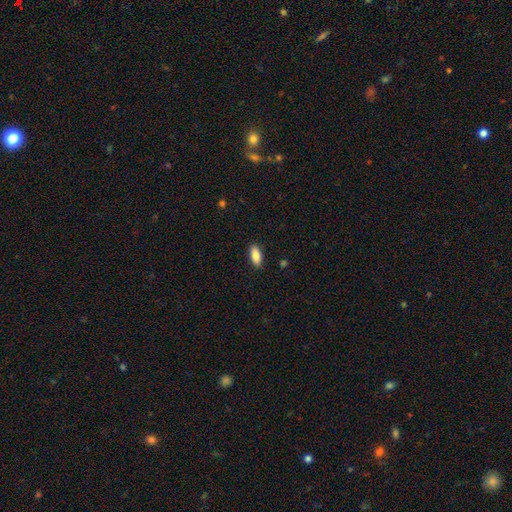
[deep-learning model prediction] Smooth or featured: smooth — 86% (featured or disk — 8%)
How rounded: in between — 82% (cigar-shaped — 16%)
Merging: none — 89% (minor disturbance — 8%)